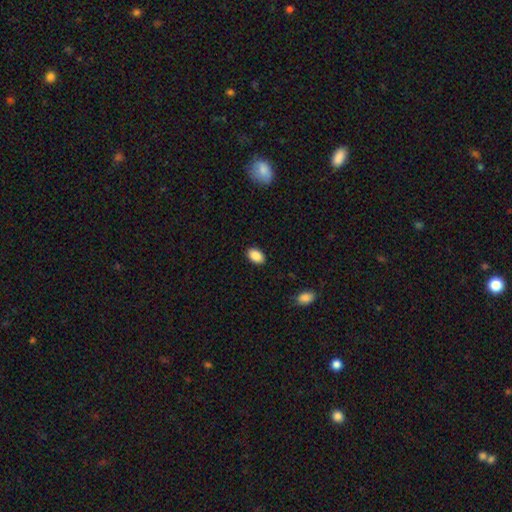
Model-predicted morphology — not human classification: Smooth or featured? smooth (89%)
How rounded? in between (89%)
Merging? none (88%)